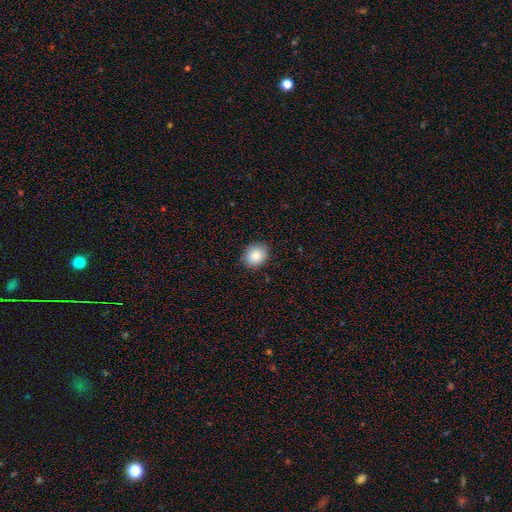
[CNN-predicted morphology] This appears to be a smooth galaxy with no disk features (86%) that is round (61%). Merging: none (88%).